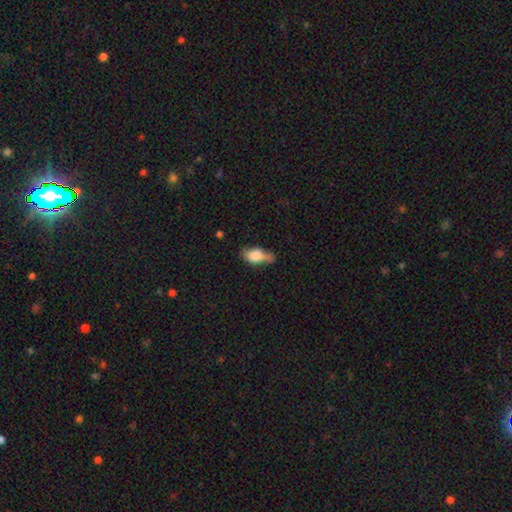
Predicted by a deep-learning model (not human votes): smooth 71%, featured or disk 21%, star or artifact 8%. Down the decision tree: how rounded — in between (83%); merging — none (39%).